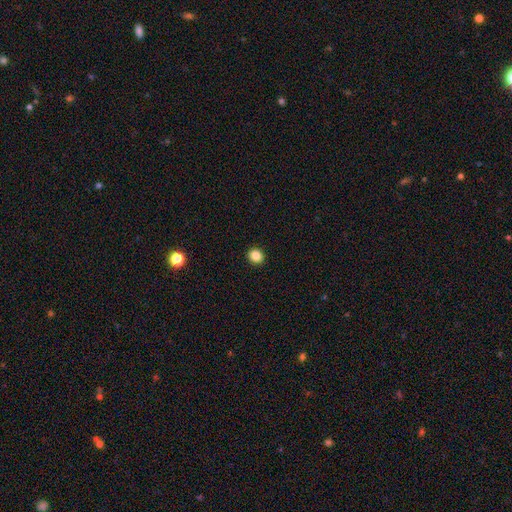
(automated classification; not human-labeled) Q: Smooth or featured?
A: smooth (86%); runner-up: star or artifact (10%)
Q: How rounded?
A: round (78%); runner-up: in between (21%)
Q: Merging?
A: none (93%); runner-up: minor disturbance (5%)